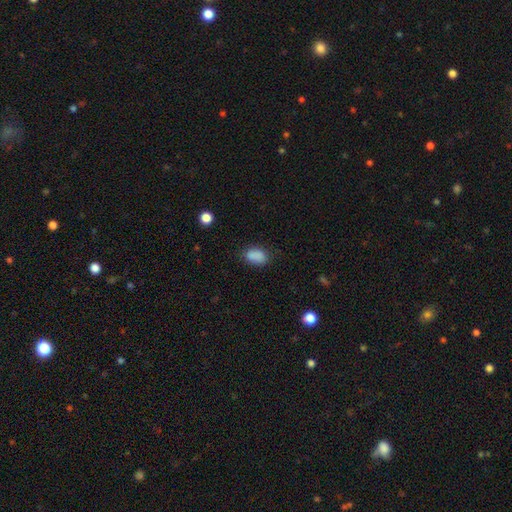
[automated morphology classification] Smooth or featured? Predicted: smooth (p=0.86). How rounded? Predicted: in between (p=0.86). Merging? Predicted: none (p=0.75).